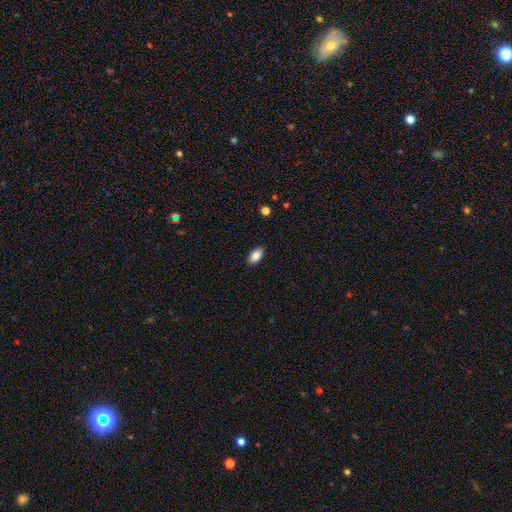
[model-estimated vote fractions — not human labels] Q: Smooth or featured?
A: smooth (85%); runner-up: star or artifact (8%)
Q: How rounded?
A: in between (92%); runner-up: round (4%)
Q: Merging?
A: none (89%); runner-up: minor disturbance (8%)